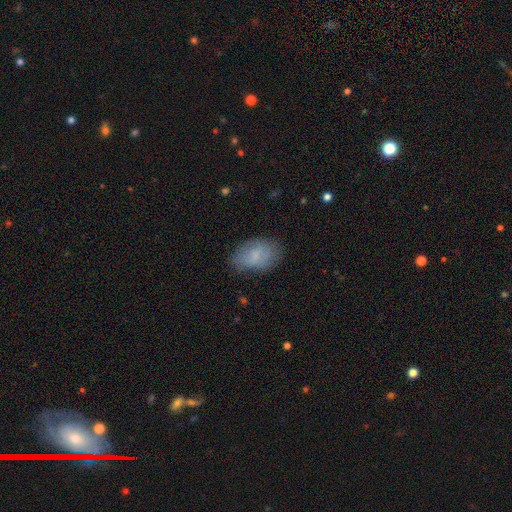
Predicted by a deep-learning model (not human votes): Q: Smooth or featured?
A: smooth (76%); runner-up: featured or disk (17%)
Q: How rounded?
A: in between (91%); runner-up: round (8%)
Q: Merging?
A: none (72%); runner-up: minor disturbance (21%)